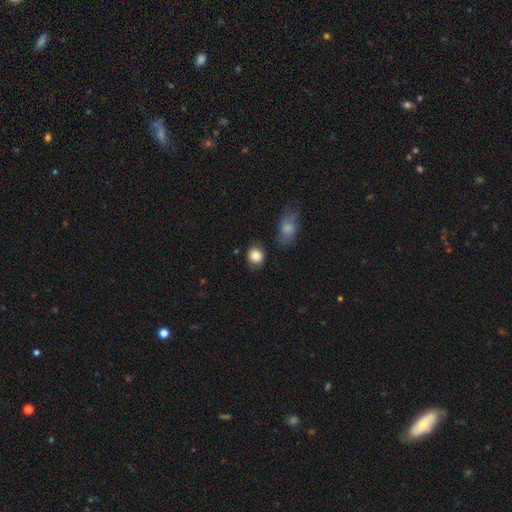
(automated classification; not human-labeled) This is clearly a smooth galaxy (86%). How rounded: likely round (72%). Merging: likely none (75%).